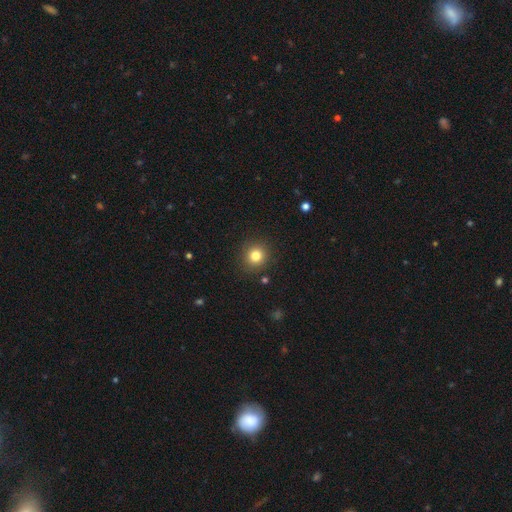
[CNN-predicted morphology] This appears to be a smooth galaxy with no disk features (81%) that is round (91%). Merging: none (90%).